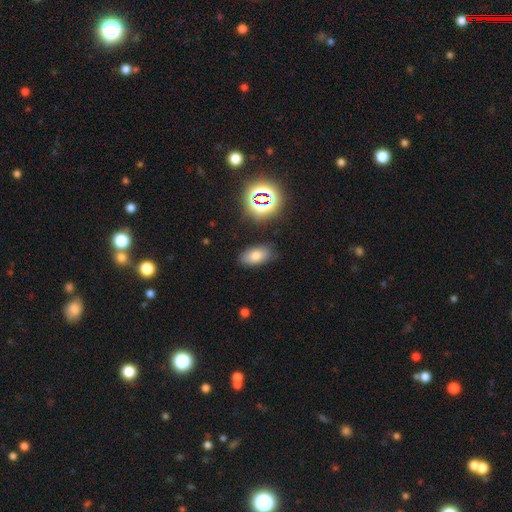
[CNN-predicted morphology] smooth 73%, star or artifact 15%, featured or disk 12%. Down the decision tree: how rounded — in between (91%); merging — none (84%).